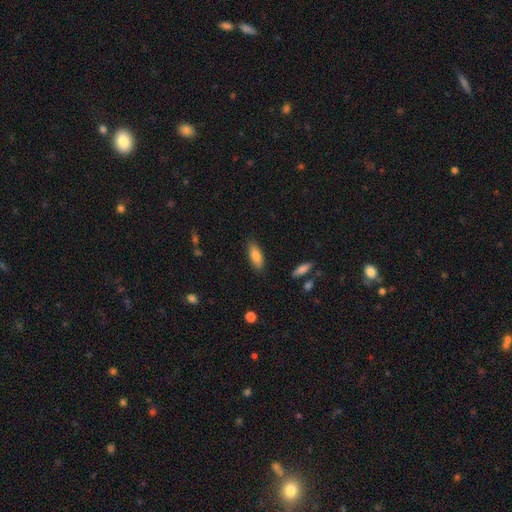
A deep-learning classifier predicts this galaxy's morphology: Smooth or featured?
  - smooth: 81% *
  - featured or disk: 12%
  - star or artifact: 7%
How rounded?
  - in between: 73% *
  - cigar-shaped: 25%
  - round: 2%
Merging?
  - none: 85% *
  - minor disturbance: 11%
  - major disturbance: 2%
  - merger: 2%